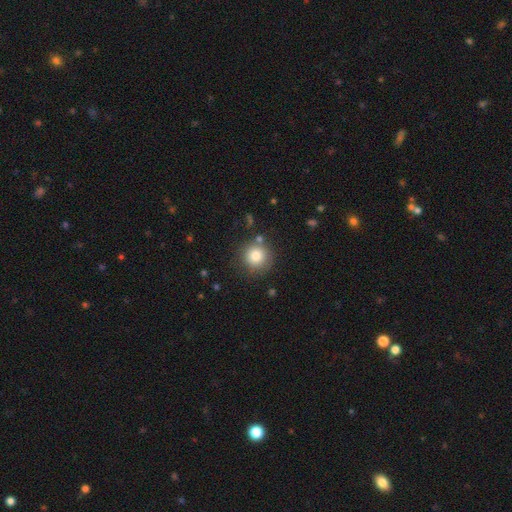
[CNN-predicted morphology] Q: Smooth or featured?
A: smooth (81%); runner-up: star or artifact (11%)
Q: How rounded?
A: round (94%); runner-up: in between (5%)
Q: Merging?
A: none (81%); runner-up: minor disturbance (10%)